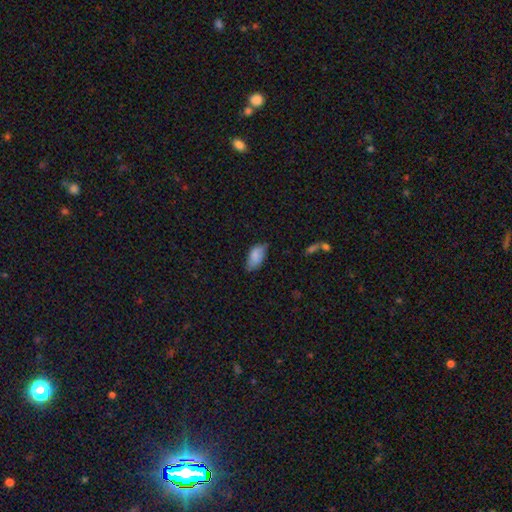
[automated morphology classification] Q: Smooth or featured?
A: smooth (82%); runner-up: featured or disk (11%)
Q: How rounded?
A: in between (94%); runner-up: cigar-shaped (3%)
Q: Merging?
A: none (63%); runner-up: minor disturbance (30%)